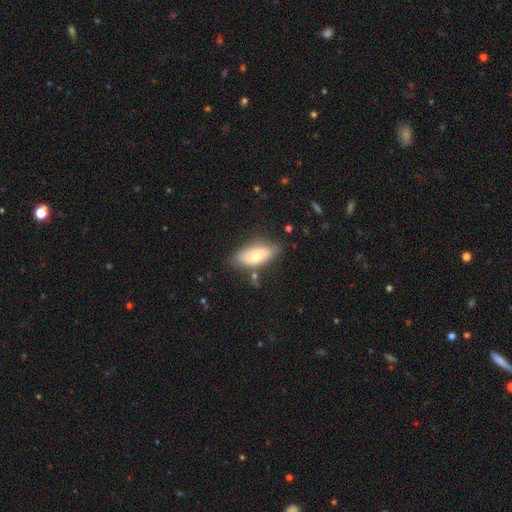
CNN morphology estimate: Smooth or featured?
  - smooth: 68% *
  - featured or disk: 26%
  - star or artifact: 7%
How rounded?
  - in between: 85% *
  - cigar-shaped: 13%
  - round: 3%
Merging?
  - none: 71% *
  - minor disturbance: 20%
  - major disturbance: 5%
  - merger: 4%